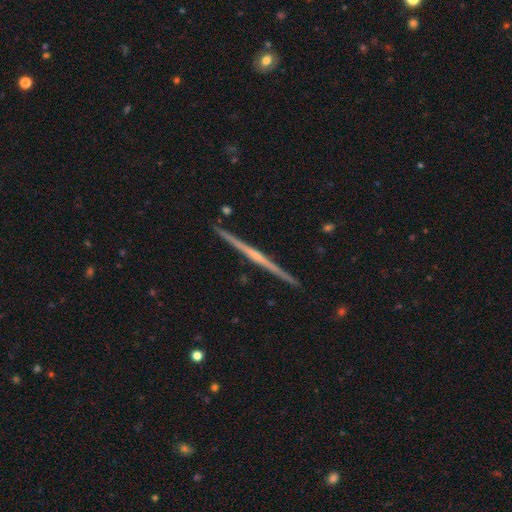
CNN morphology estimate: featured or disk 80%, smooth 14%, star or artifact 5%. Down the decision tree: edge-on disk — yes (99%); edge-on bulge — none (46%); merging — none (92%).